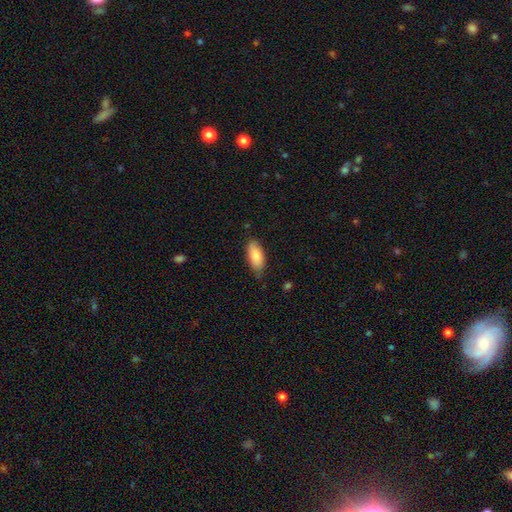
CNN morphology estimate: smooth 86%, featured or disk 8%, star or artifact 6%. Down the decision tree: how rounded — in between (83%); merging — none (73%).